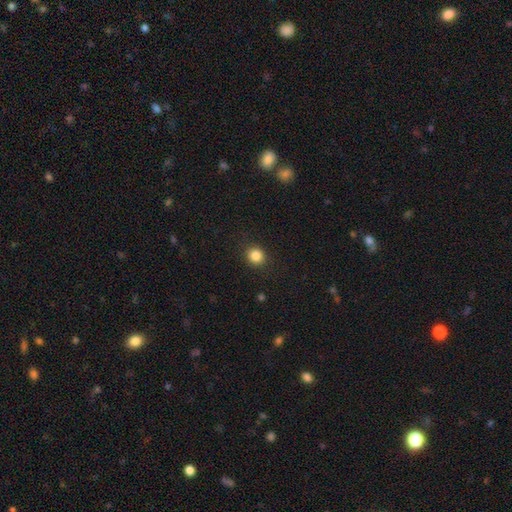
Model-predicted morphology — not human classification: Smooth or featured: smooth — 85% (star or artifact — 11%)
How rounded: round — 87% (in between — 12%)
Merging: none — 91% (minor disturbance — 6%)